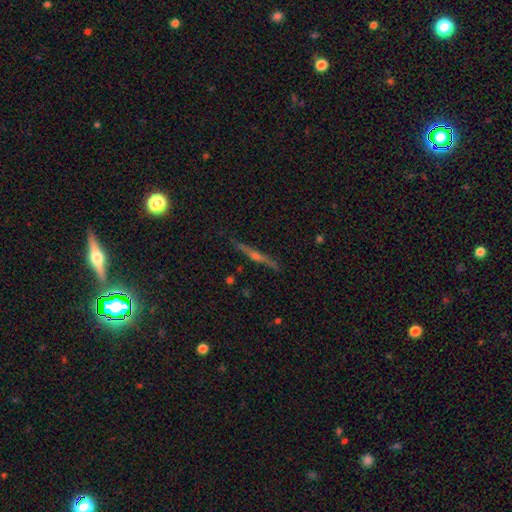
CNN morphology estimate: featured or disk 76%, smooth 15%, star or artifact 8%. Down the decision tree: edge-on disk — yes (98%); edge-on bulge — rounded (80%); merging — none (89%).